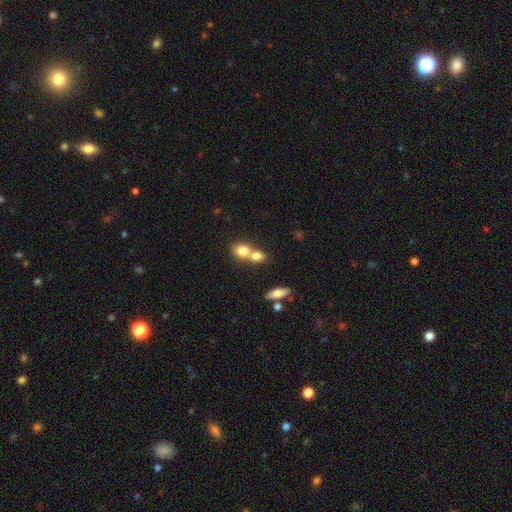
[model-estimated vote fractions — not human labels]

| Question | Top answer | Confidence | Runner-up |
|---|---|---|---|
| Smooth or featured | smooth | 77% | featured or disk (14%) |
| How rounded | round | 59% | in between (37%) |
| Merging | merger | 66% | none (26%) |